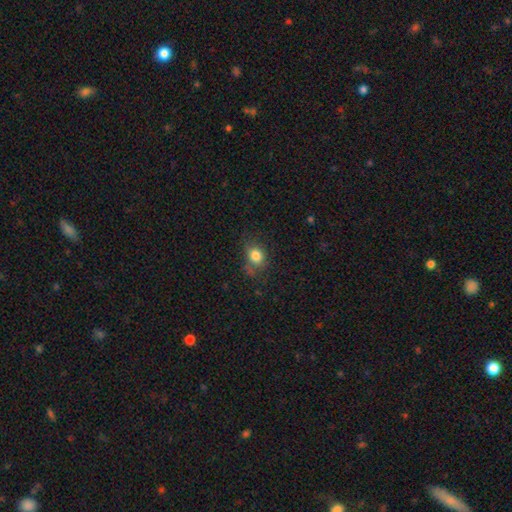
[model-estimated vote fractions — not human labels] Smooth or featured: smooth — 82% (star or artifact — 11%)
How rounded: round — 53% (in between — 45%)
Merging: none — 67% (minor disturbance — 23%)